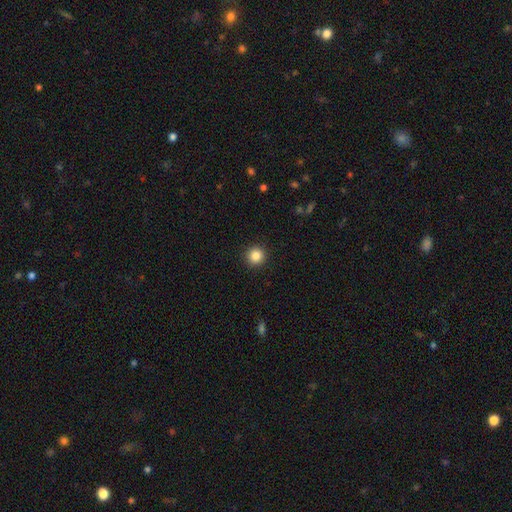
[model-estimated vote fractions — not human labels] smooth_or_featured: smooth (p=0.86) [alt: star or artifact p=0.11]
how_rounded: round (p=0.95) [alt: in between p=0.04]
merging: none (p=0.92) [alt: minor disturbance p=0.05]